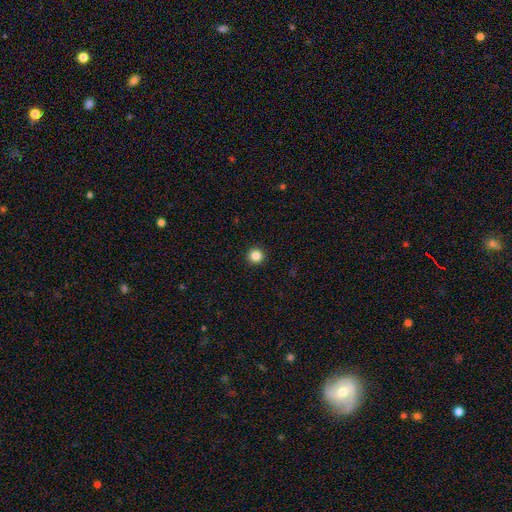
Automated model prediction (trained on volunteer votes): Overall: smooth (85%). How rounded: round (96%). Merging: none (93%).